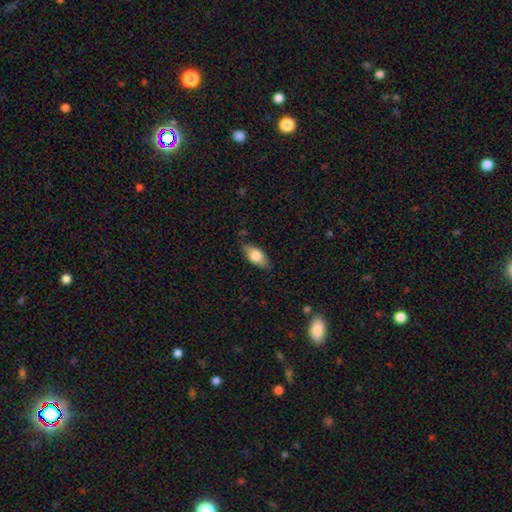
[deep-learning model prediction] Q: Smooth or featured?
A: smooth (72%); runner-up: featured or disk (22%)
Q: How rounded?
A: in between (84%); runner-up: cigar-shaped (12%)
Q: Merging?
A: none (81%); runner-up: minor disturbance (15%)